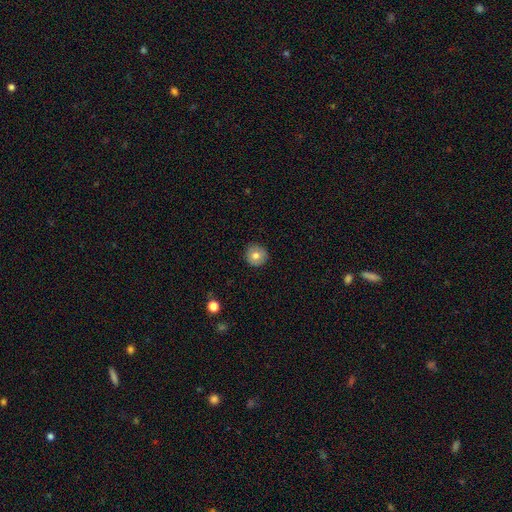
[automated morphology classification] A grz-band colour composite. It shows a smooth galaxy with no disk features (77%) that is round (95%). Merging: none (90%).